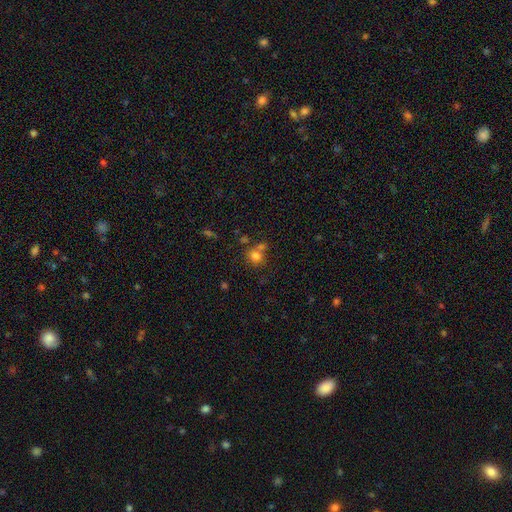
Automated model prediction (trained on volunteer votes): Smooth or featured: smooth — 76% (star or artifact — 14%)
How rounded: round — 79% (in between — 20%)
Merging: none — 53% (merger — 30%)